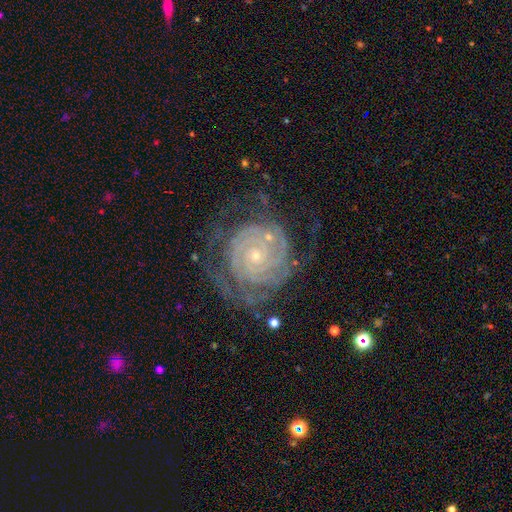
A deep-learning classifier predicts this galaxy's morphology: smooth_or_featured: featured or disk (p=0.86) [alt: smooth p=0.07]
disk_edge_on: no (p=0.97) [alt: yes p=0.03]
bar: no (p=0.80) [alt: weak p=0.15]
has_spiral_arms: yes (p=0.96) [alt: no p=0.04]
spiral_winding: tight (p=0.83) [alt: medium p=0.14]
spiral_arm_count: can't tell (p=0.29) [alt: 2 p=0.22]
bulge_size: small (p=0.82) [alt: moderate p=0.14]
merging: none (p=0.67) [alt: minor disturbance p=0.18]